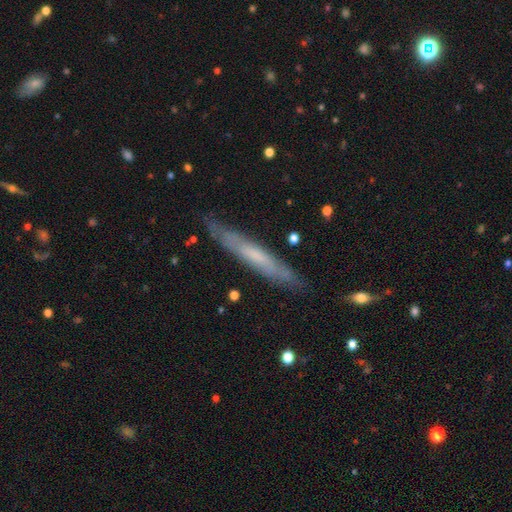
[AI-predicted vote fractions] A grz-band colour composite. It shows a featured or disk galaxy (51%) viewed edge-on (78%). Merging: none (82%).